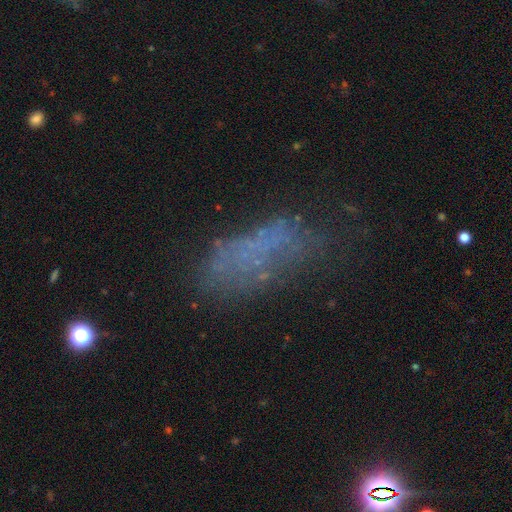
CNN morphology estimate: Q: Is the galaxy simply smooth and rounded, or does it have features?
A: smooth — 40%.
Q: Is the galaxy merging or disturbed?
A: none — 49%.